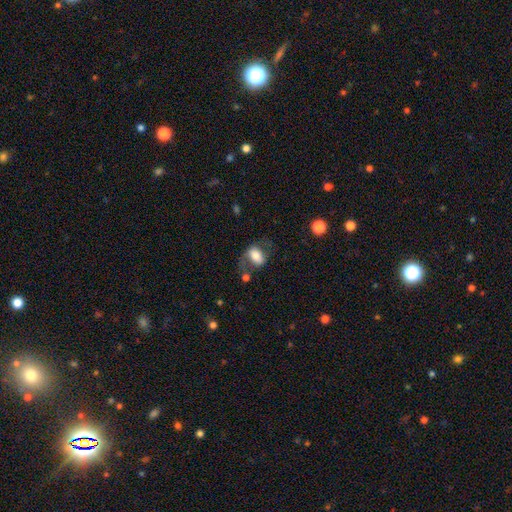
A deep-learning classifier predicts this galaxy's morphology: Q: Smooth or featured?
A: smooth (57%); runner-up: featured or disk (35%)
Q: How rounded?
A: in between (77%); runner-up: round (21%)
Q: Merging?
A: none (44%); runner-up: major disturbance (25%)